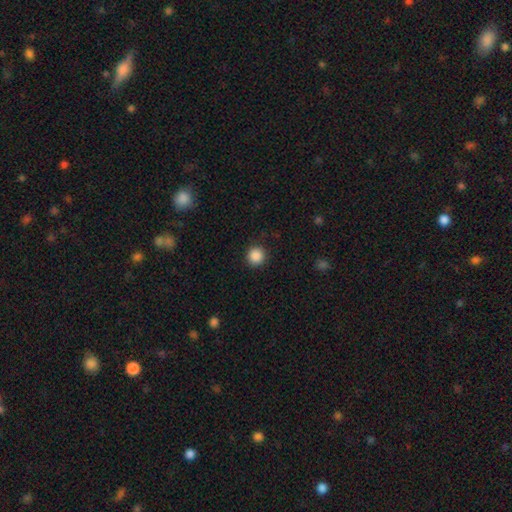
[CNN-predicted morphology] Smooth or featured?
  - smooth: 88% *
  - star or artifact: 10%
  - featured or disk: 2%
How rounded?
  - round: 95% *
  - in between: 4%
  - cigar-shaped: 1%
Merging?
  - none: 91% *
  - minor disturbance: 6%
  - major disturbance: 2%
  - merger: 1%